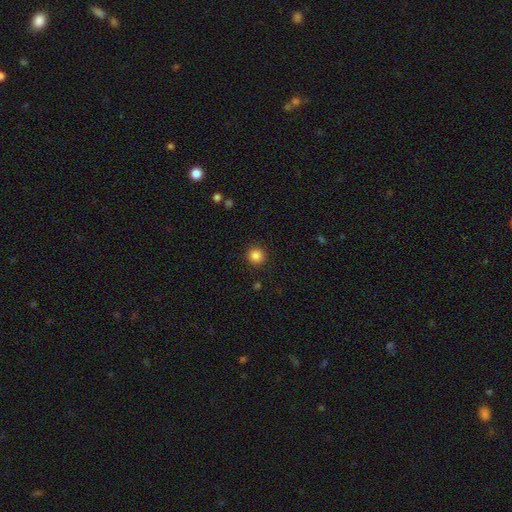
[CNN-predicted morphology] smooth 85%, star or artifact 11%, featured or disk 4%. Down the decision tree: how rounded — round (93%); merging — none (91%).